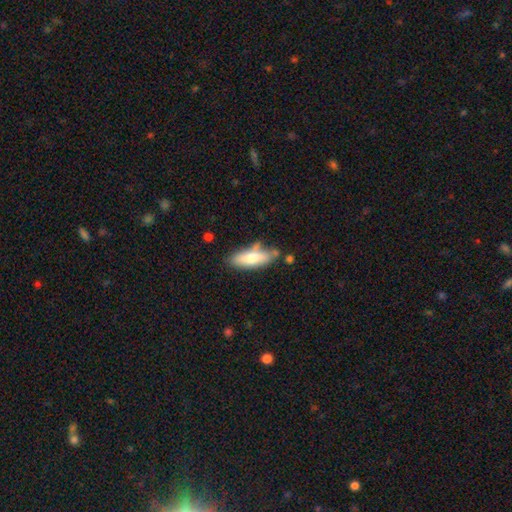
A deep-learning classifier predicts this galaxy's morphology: Overall: smooth (71%). How rounded: in between (61%; cigar-shaped 37%). Merging: none (61%; minor disturbance 23%).